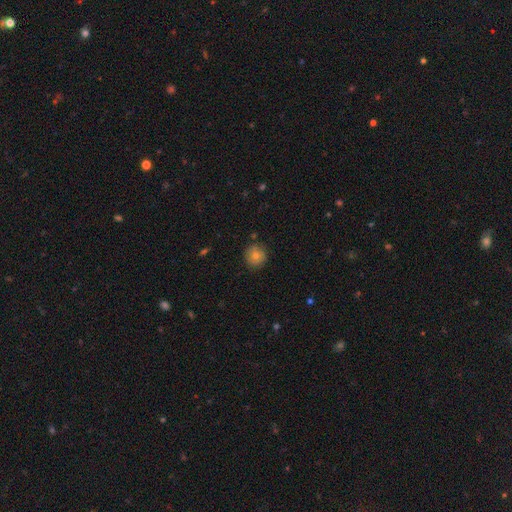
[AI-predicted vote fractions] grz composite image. It shows a smooth galaxy with no disk features (66%) that is round (91%). Merging: none (81%).